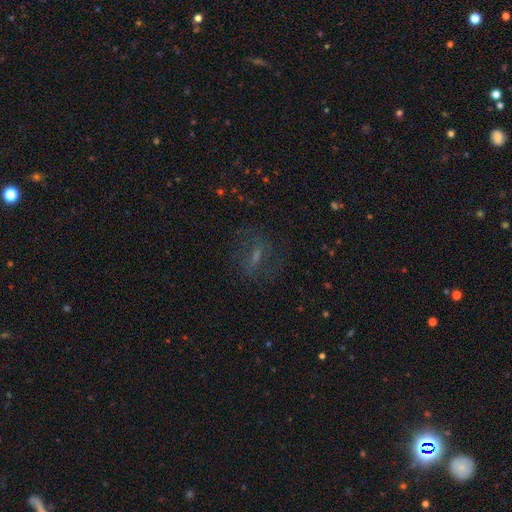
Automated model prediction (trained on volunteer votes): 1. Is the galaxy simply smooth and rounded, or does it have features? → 45% featured or disk, 31% smooth, 24% star or artifact.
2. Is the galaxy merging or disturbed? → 71% none, 15% minor disturbance, 13% major disturbance, 2% merger.